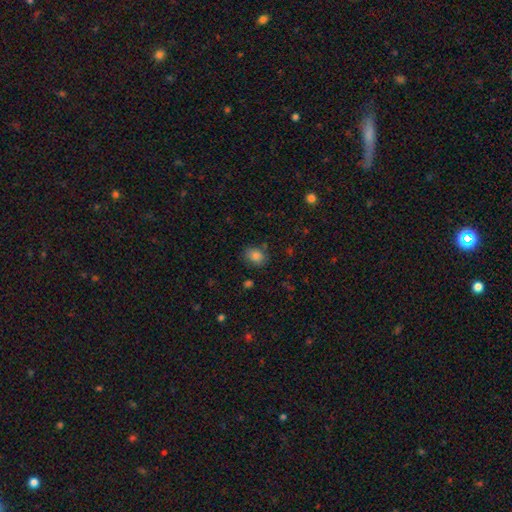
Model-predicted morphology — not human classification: Smooth or featured?
  - smooth: 84% *
  - star or artifact: 11%
  - featured or disk: 6%
How rounded?
  - in between: 50% *
  - round: 49%
  - cigar-shaped: 1%
Merging?
  - none: 78% *
  - minor disturbance: 14%
  - major disturbance: 4%
  - merger: 4%